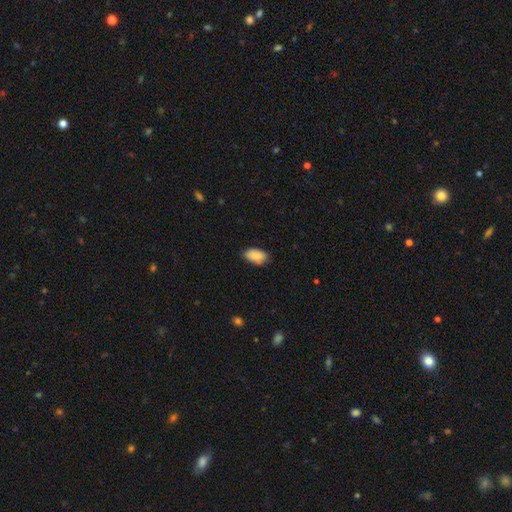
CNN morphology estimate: smooth 89%, star or artifact 7%, featured or disk 4%. Down the decision tree: how rounded — in between (94%); merging — none (78%).